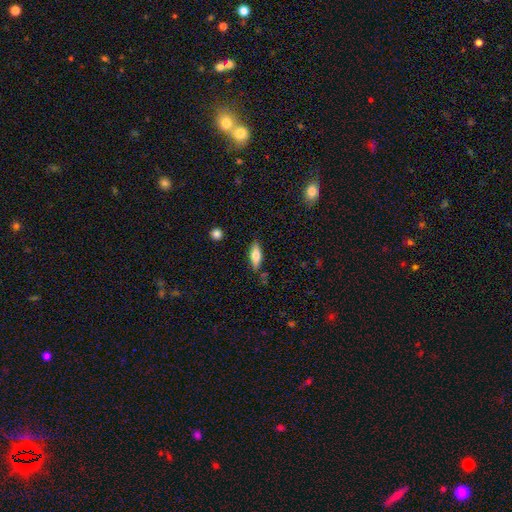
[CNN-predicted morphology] smooth-or-featured: smooth: 67% | featured or disk: 26% | star or artifact: 7%
  how-rounded: in between: 60% | cigar-shaped: 37% | round: 3%
  merging: none: 82% | minor disturbance: 13% | major disturbance: 3% | merger: 3%